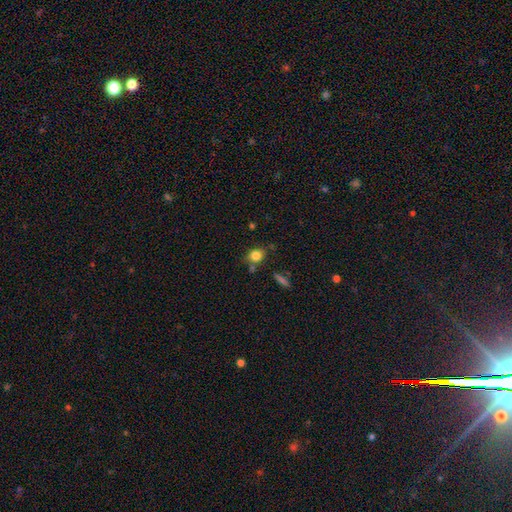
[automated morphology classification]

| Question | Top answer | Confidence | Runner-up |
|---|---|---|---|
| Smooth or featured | smooth | 81% | star or artifact (11%) |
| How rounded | round | 65% | in between (33%) |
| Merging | none | 70% | minor disturbance (17%) |